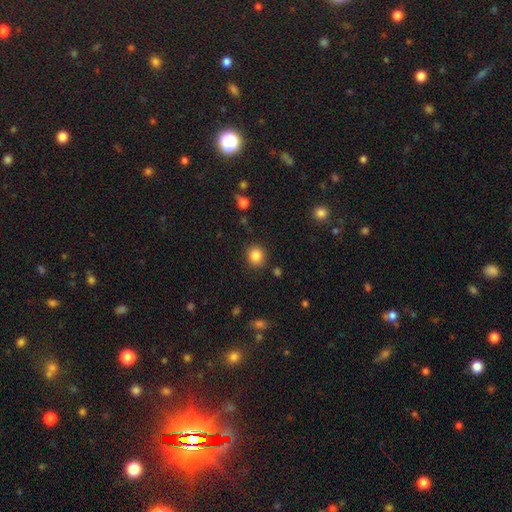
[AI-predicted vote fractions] smooth-or-featured: smooth: 85% | star or artifact: 10% | featured or disk: 5%
  how-rounded: round: 83% | in between: 16% | cigar-shaped: 1%
  merging: none: 89% | minor disturbance: 7% | major disturbance: 2% | merger: 2%